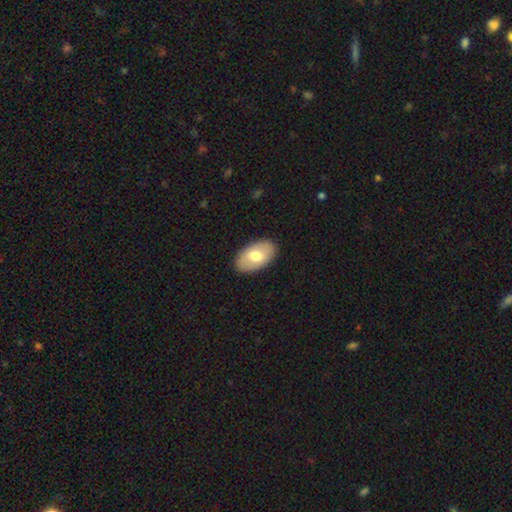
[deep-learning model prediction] Smooth or featured?
  - smooth: 69% *
  - featured or disk: 25%
  - star or artifact: 6%
How rounded?
  - in between: 94% *
  - round: 5%
  - cigar-shaped: 1%
Merging?
  - none: 88% *
  - minor disturbance: 9%
  - major disturbance: 2%
  - merger: 1%